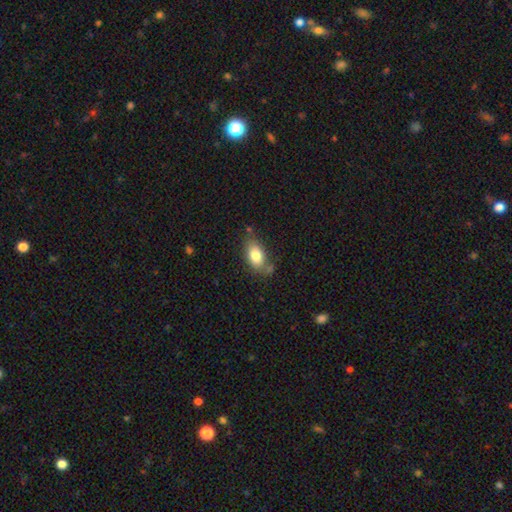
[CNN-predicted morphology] smooth 79%, featured or disk 13%, star or artifact 8%. Down the decision tree: how rounded — in between (88%); merging — none (62%).